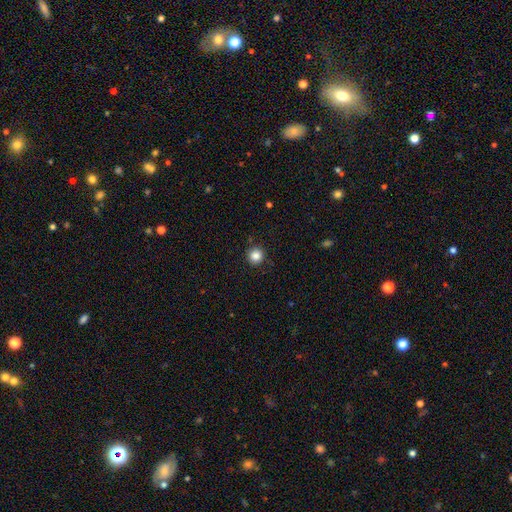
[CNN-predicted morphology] The model was most divided on "smooth or featured": smooth: 85%, star or artifact: 11%, featured or disk: 4%. More confident: how rounded — round (95%); merging — none (91%).